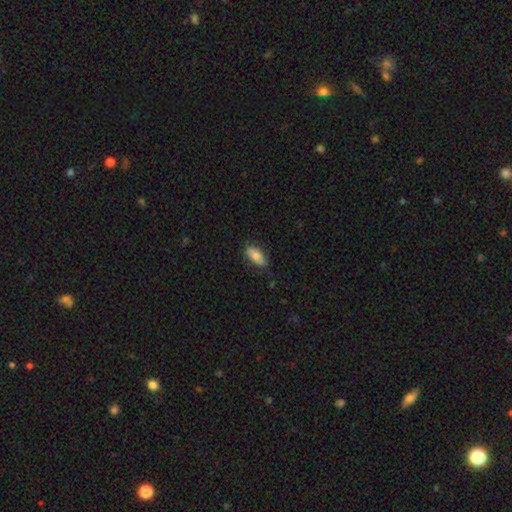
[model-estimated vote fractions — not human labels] Smooth or featured? smooth (76%)
How rounded? in between (88%)
Merging? none (74%)